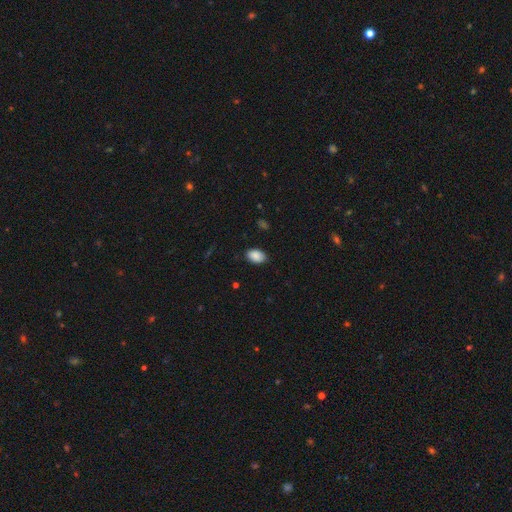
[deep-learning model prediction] The model was most divided on "merging": none: 82%, minor disturbance: 14%, major disturbance: 3%, merger: 1%. More confident: smooth or featured — smooth (88%); how rounded — in between (88%).